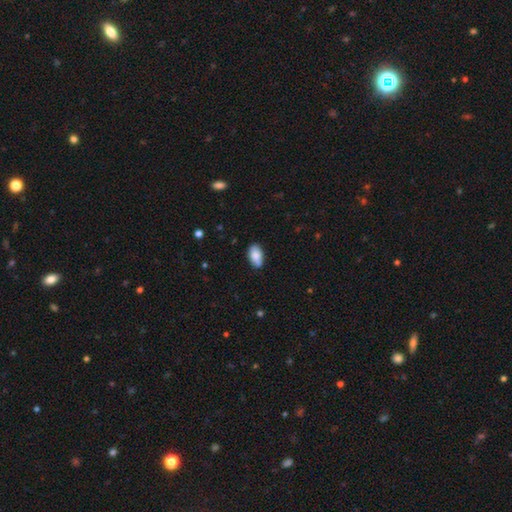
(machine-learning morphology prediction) Smooth or featured?
  - smooth: 84% *
  - featured or disk: 9%
  - star or artifact: 7%
How rounded?
  - in between: 94% *
  - round: 4%
  - cigar-shaped: 3%
Merging?
  - none: 79% *
  - minor disturbance: 17%
  - major disturbance: 3%
  - merger: 2%